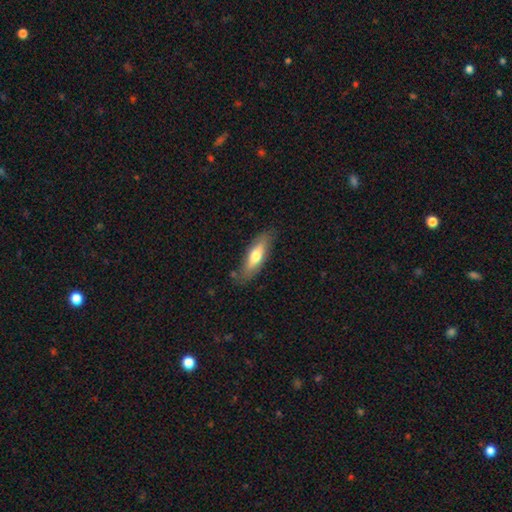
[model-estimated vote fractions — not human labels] A smooth galaxy with no disk features (62%) that is cigar-shaped (52%). Merging: none (80%).